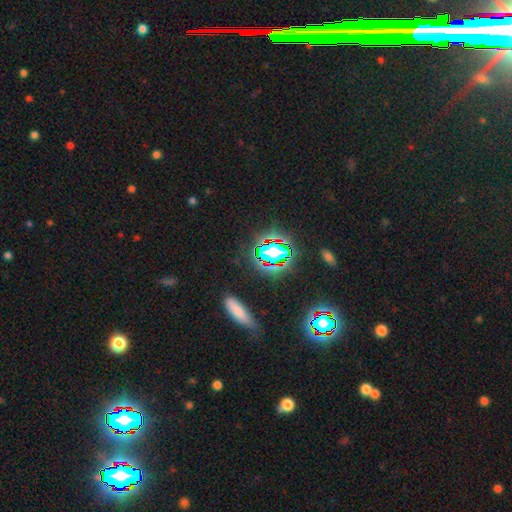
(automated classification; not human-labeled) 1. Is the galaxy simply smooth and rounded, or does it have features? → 68% star or artifact, 21% smooth, 11% featured or disk.